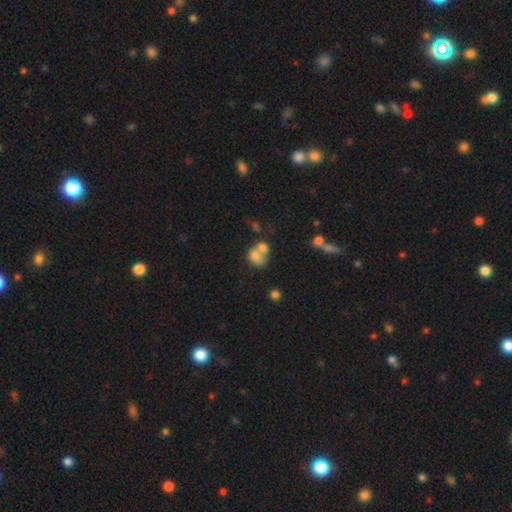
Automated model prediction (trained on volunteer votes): A smooth galaxy with no disk features (72%) that is in between round and cigar-shaped (53%).

Vote fractions:
- Smooth or featured? smooth: 72% / featured or disk: 17% / star or artifact: 11%
- How rounded? in between: 53% / round: 46% / cigar-shaped: 1%
- Merging? merger: 62% / none: 23% / minor disturbance: 9% / major disturbance: 6%